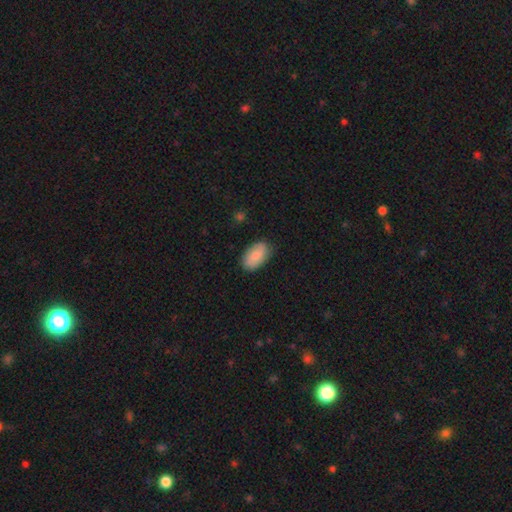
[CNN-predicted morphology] Overall: smooth (76%). How rounded: in between (94%). Merging: none (81%).